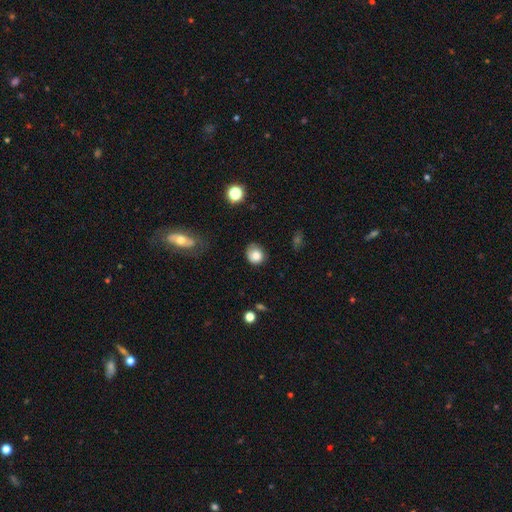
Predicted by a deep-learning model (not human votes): Q: Smooth or featured?
A: smooth (80%); runner-up: featured or disk (11%)
Q: How rounded?
A: round (76%); runner-up: in between (23%)
Q: Merging?
A: none (64%); runner-up: minor disturbance (26%)